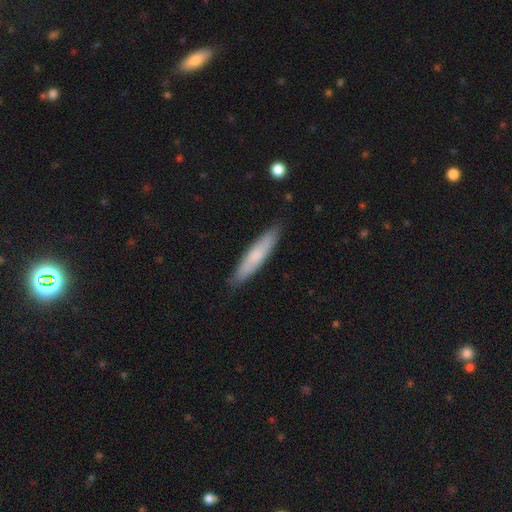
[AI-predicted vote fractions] Smooth or featured?
  - smooth: 70% *
  - featured or disk: 24%
  - star or artifact: 6%
How rounded?
  - cigar-shaped: 86% *
  - in between: 13%
  - round: 1%
Merging?
  - none: 87% *
  - minor disturbance: 10%
  - major disturbance: 2%
  - merger: 1%